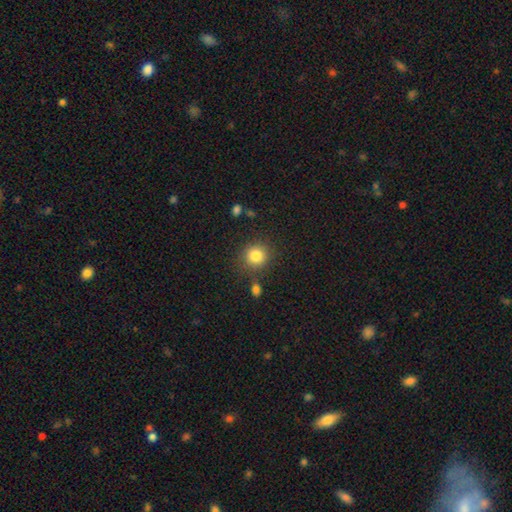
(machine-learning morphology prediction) Smooth or featured: smooth — 84% (star or artifact — 10%)
How rounded: round — 89% (in between — 10%)
Merging: none — 81% (minor disturbance — 10%)